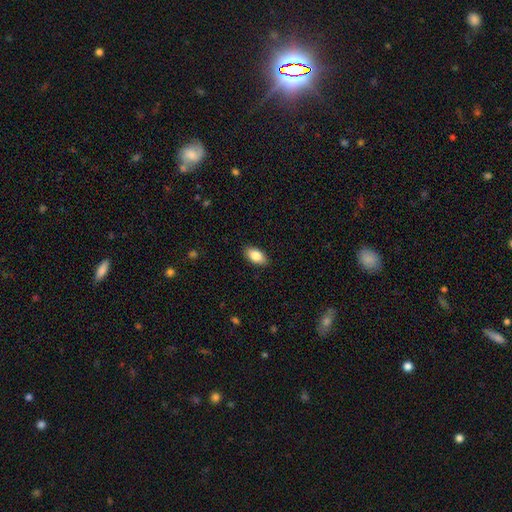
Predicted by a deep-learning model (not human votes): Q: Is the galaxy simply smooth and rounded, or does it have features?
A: smooth — 84%.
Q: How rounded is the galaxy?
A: in between — 92%.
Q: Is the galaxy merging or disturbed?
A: none — 89%.